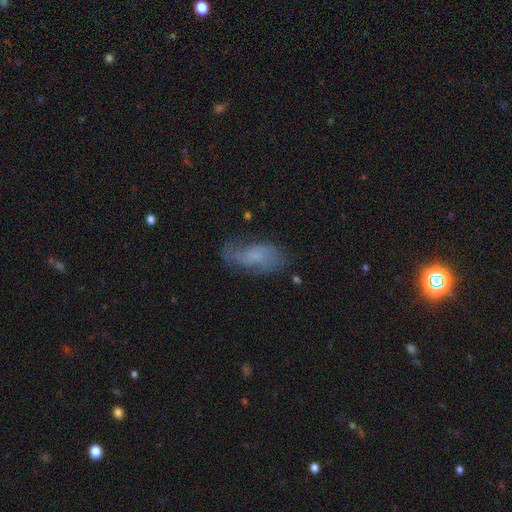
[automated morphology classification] Q: Smooth or featured?
A: smooth (46%); runner-up: featured or disk (44%)
Q: Merging?
A: none (60%); runner-up: minor disturbance (25%)